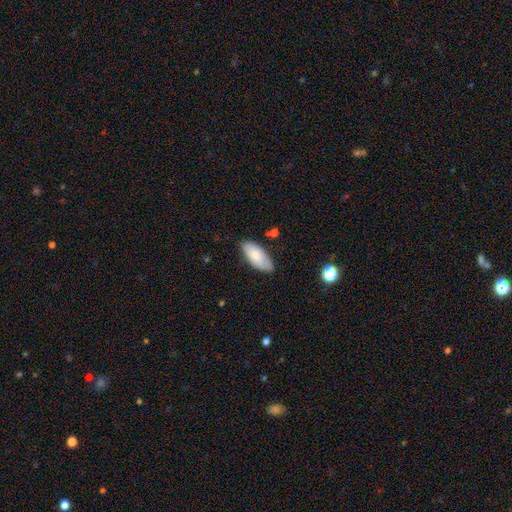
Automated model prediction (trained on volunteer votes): Q: Smooth or featured?
A: smooth (78%); runner-up: featured or disk (16%)
Q: How rounded?
A: in between (90%); runner-up: cigar-shaped (8%)
Q: Merging?
A: none (79%); runner-up: minor disturbance (16%)